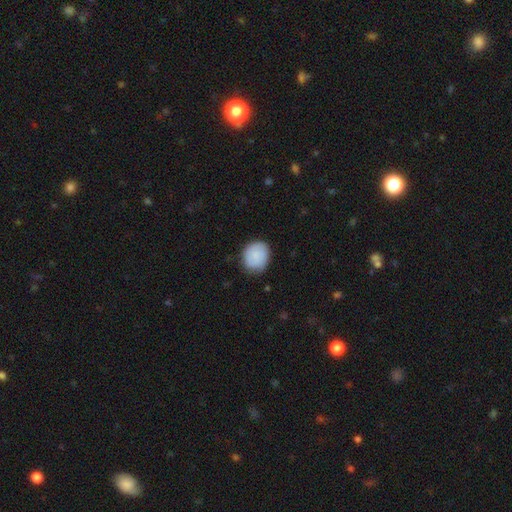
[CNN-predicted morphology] Q: Smooth or featured?
A: smooth (80%); runner-up: featured or disk (14%)
Q: How rounded?
A: round (72%); runner-up: in between (27%)
Q: Merging?
A: none (76%); runner-up: minor disturbance (19%)